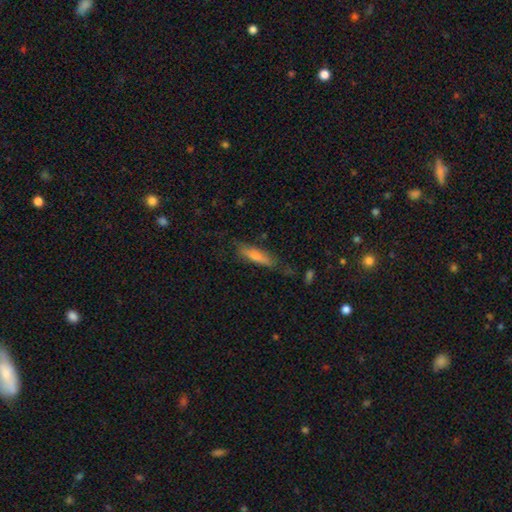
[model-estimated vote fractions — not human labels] A smooth galaxy with no disk features (57%) that is cigar-shaped (78%). Merging: none (73%).